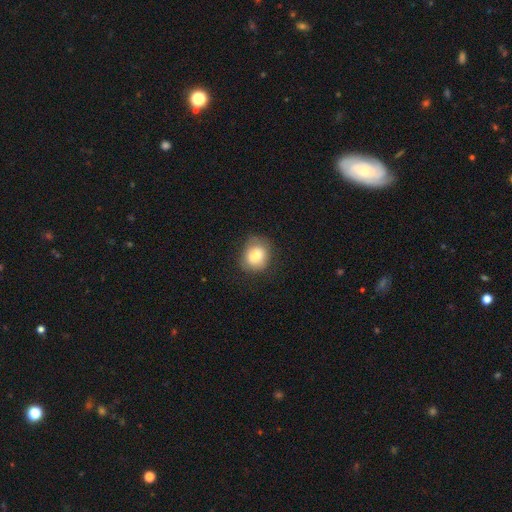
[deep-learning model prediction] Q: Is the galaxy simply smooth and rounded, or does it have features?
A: smooth — 78%.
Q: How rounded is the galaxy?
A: round — 69%.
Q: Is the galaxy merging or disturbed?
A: none — 73%.